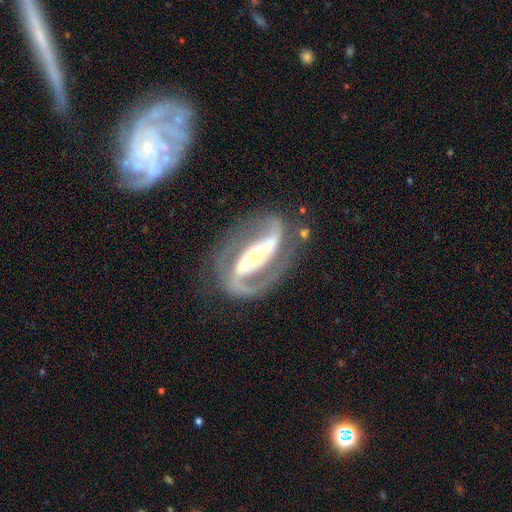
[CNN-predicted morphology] The model was most divided on "bulge size": small: 46%, moderate: 44%, large: 7%, dominant: 2%, none: 1%. More confident: spiral arms — yes (95%); edge-on disk — no (95%); spiral arm count — 2 (91%); smooth or featured — featured or disk (90%); merging — none (72%); bar — strong (64%); spiral winding — medium (52%).